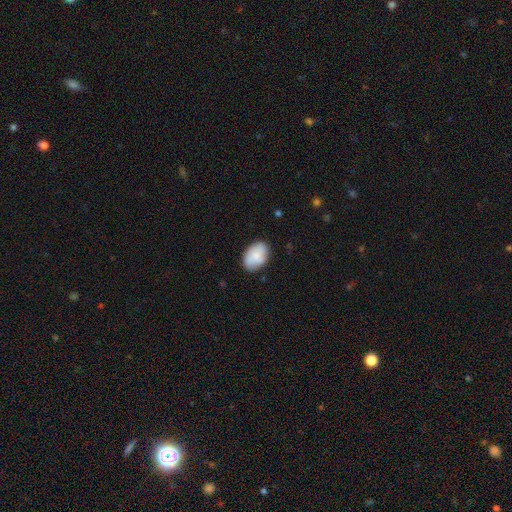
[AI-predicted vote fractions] This appears to be a smooth galaxy with no disk features (81%) that is in between round and cigar-shaped (87%). Merging: none (79%).